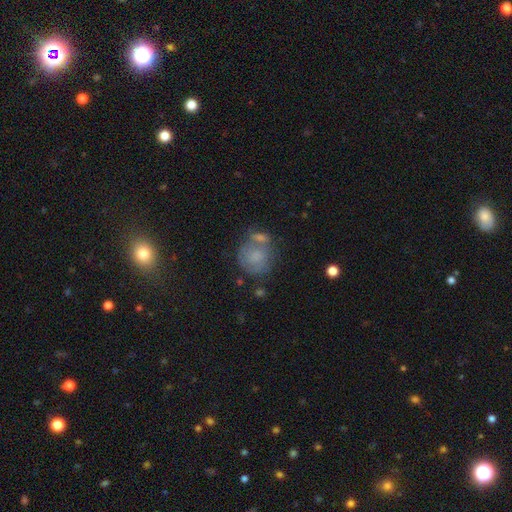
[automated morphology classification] Smooth or featured? Predicted: smooth (p=0.52). How rounded? Predicted: round (p=0.76). Merging? Predicted: none (p=0.44).